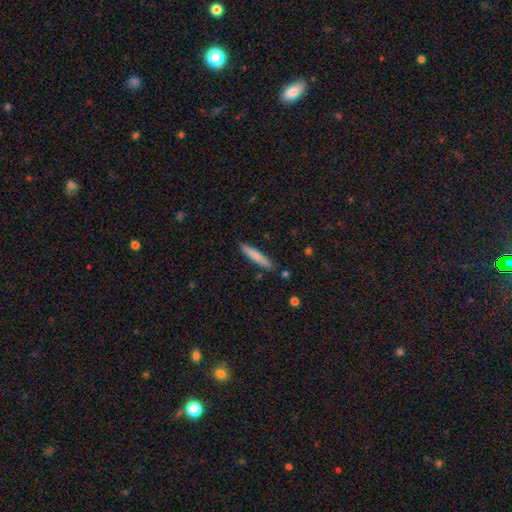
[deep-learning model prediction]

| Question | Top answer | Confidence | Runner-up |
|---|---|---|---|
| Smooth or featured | smooth | 77% | featured or disk (18%) |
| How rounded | cigar-shaped | 93% | in between (6%) |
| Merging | none | 87% | minor disturbance (9%) |